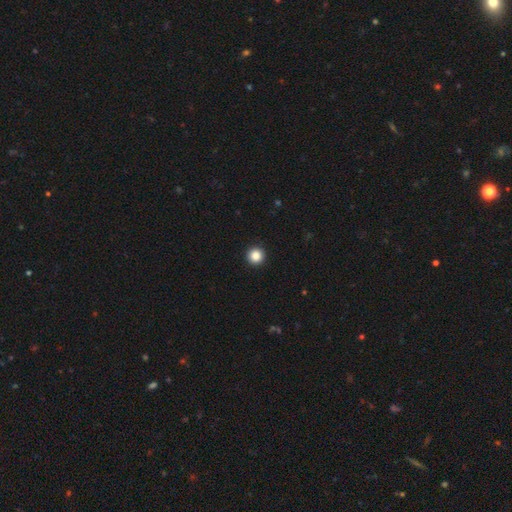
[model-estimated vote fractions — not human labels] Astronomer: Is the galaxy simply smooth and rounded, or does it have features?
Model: smooth — 87%.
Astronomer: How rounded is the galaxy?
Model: round — 97%.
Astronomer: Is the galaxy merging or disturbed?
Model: none — 94%.